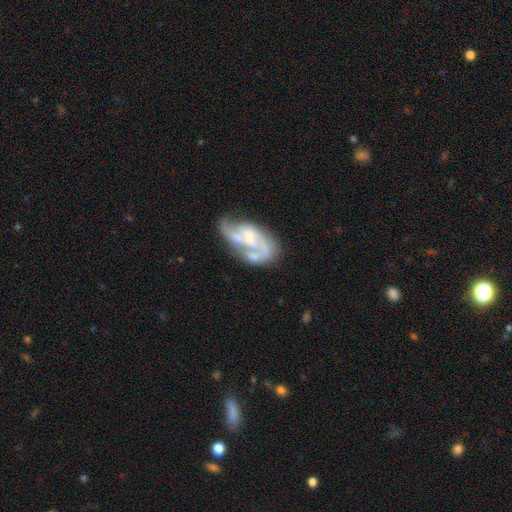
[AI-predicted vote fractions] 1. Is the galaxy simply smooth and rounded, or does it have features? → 76% featured or disk, 18% smooth, 6% star or artifact.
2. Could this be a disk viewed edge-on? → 97% no, 3% yes.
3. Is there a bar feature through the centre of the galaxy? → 49% no, 40% weak, 12% strong.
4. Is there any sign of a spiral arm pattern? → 77% yes, 23% no.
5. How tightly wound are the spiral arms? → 45% medium, 30% loose, 25% tight.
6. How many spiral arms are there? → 54% 2, 19% can't tell, 16% 1, 8% 3, 2% 4, 2% more than 4.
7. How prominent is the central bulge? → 38% small, 37% moderate, 19% none, 5% large, 1% dominant.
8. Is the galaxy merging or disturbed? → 40% none, 25% major disturbance, 23% minor disturbance, 12% merger.